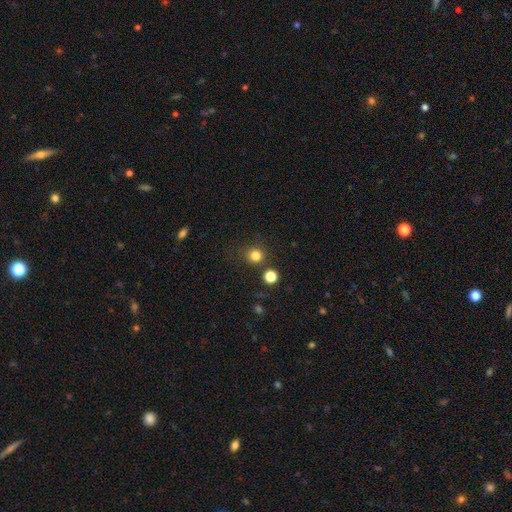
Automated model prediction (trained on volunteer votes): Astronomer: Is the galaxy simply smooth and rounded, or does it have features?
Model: smooth — 81%.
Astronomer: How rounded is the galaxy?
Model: round — 90%.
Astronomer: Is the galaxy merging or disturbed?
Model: none — 80%.